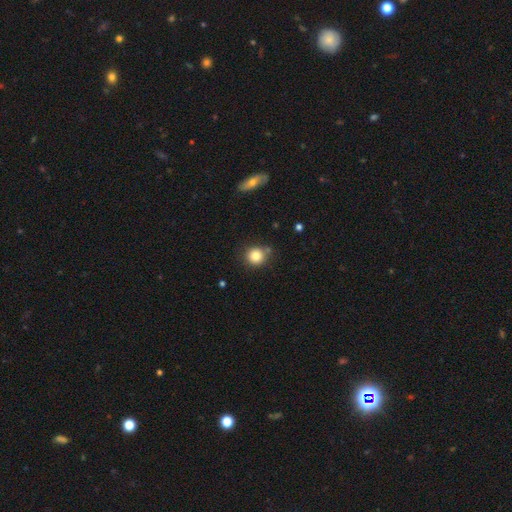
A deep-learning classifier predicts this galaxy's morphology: This appears to be a smooth galaxy with no disk features (83%) that is round (89%). Merging: none (75%).